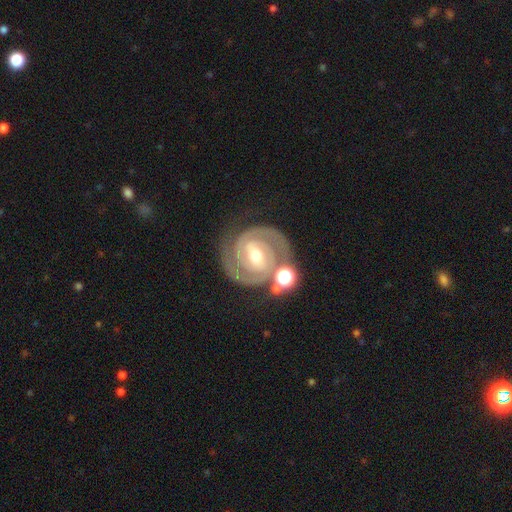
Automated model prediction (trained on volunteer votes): Smooth or featured? featured or disk (91%)
Edge-on disk? no (98%)
Bar? weak (43%)
Spiral arms? yes (98%)
Spiral winding? tight (78%)
Spiral arm count? 2 (88%)
Bulge size? moderate (62%)
Merging? none (76%)